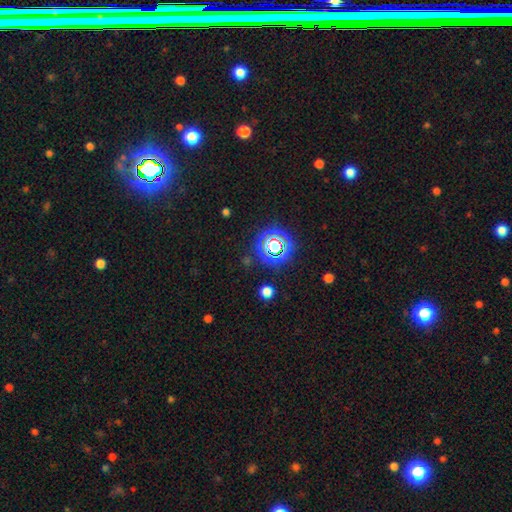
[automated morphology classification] Smooth or featured?
  - star or artifact: 67% *
  - smooth: 25%
  - featured or disk: 8%